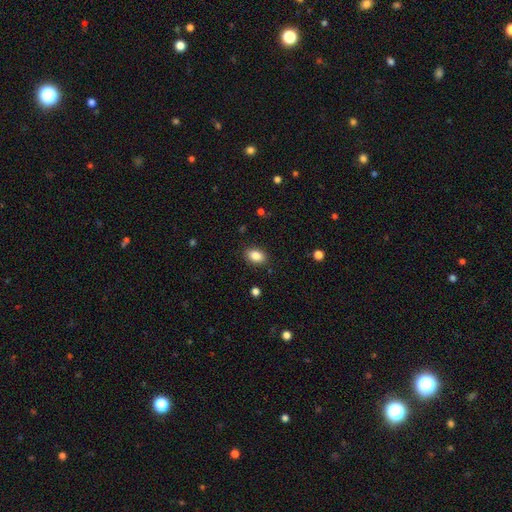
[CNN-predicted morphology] Overall: smooth (85%). How rounded: in between (84%). Merging: none (88%).